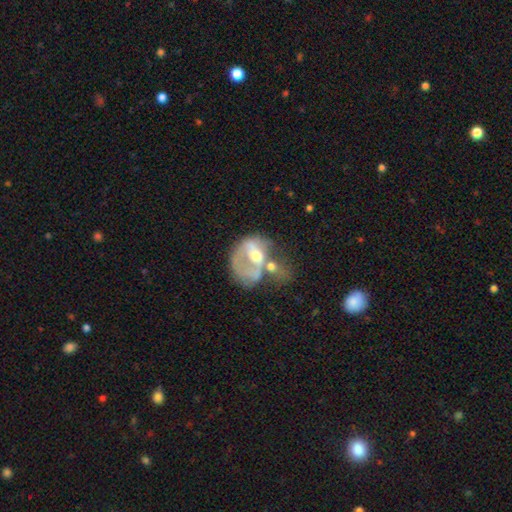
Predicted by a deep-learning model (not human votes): smooth-or-featured: featured or disk: 61% | smooth: 30% | star or artifact: 9%
  disk-edge-on: no: 97% | yes: 3%
    bar: no: 63% | weak: 27% | strong: 10%
    has-spiral-arms: no: 66% | yes: 34%
    bulge-size: moderate: 67% | small: 22% | large: 6% | none: 4% | dominant: 1%
  merging: merger: 48% | major disturbance: 23% | none: 16% | minor disturbance: 12%